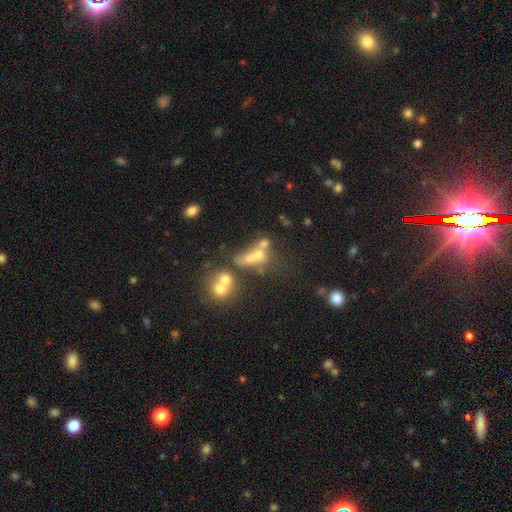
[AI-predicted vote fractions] A smooth galaxy with no disk features (48%). Merging: merger (52%).